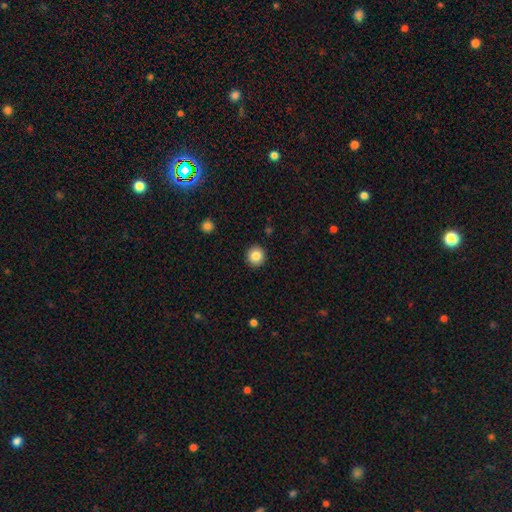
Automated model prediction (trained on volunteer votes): This is clearly a smooth galaxy (84%). How rounded: clearly round (91%). Merging: clearly none (92%).